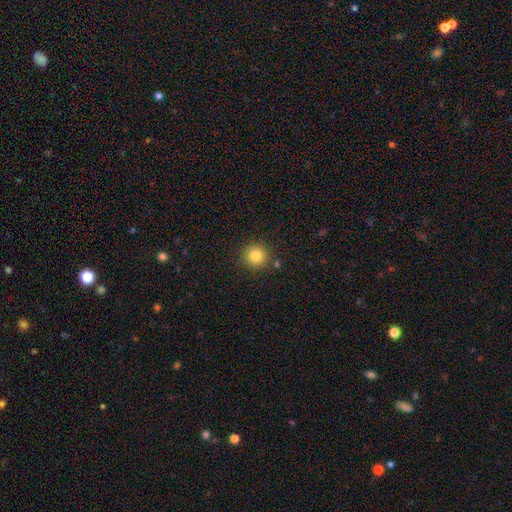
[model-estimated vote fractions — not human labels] A smooth galaxy with no disk features (83%) that is round (94%).

Vote fractions:
- Smooth or featured? smooth: 83% / star or artifact: 11% / featured or disk: 6%
- How rounded? round: 94% / in between: 5% / cigar-shaped: 1%
- Merging? none: 87% / minor disturbance: 7% / merger: 3% / major disturbance: 2%